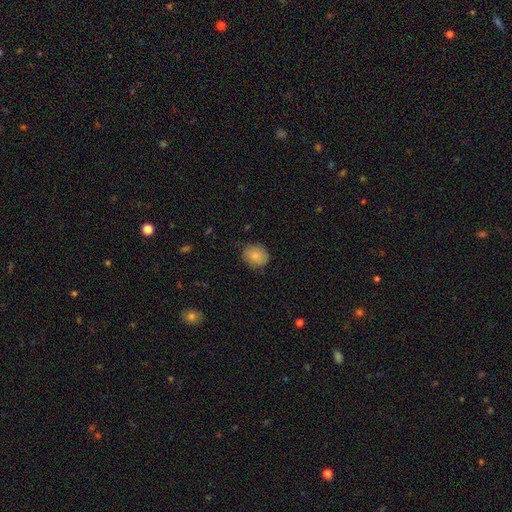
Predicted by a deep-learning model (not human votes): Q: Smooth or featured?
A: smooth (85%); runner-up: featured or disk (8%)
Q: How rounded?
A: round (62%); runner-up: in between (37%)
Q: Merging?
A: none (77%); runner-up: minor disturbance (19%)